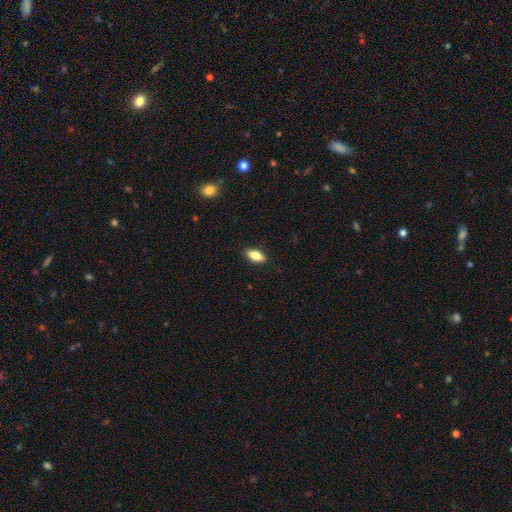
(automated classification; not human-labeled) Smooth or featured? smooth (82%)
How rounded? in between (87%)
Merging? none (89%)